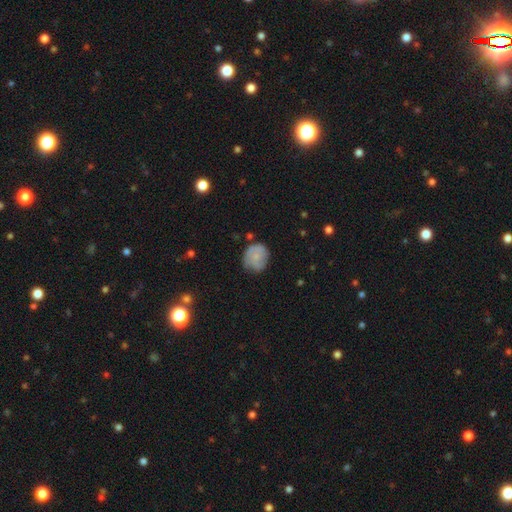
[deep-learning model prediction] Smooth or featured? smooth (61%)
How rounded? round (77%)
Merging? none (63%)